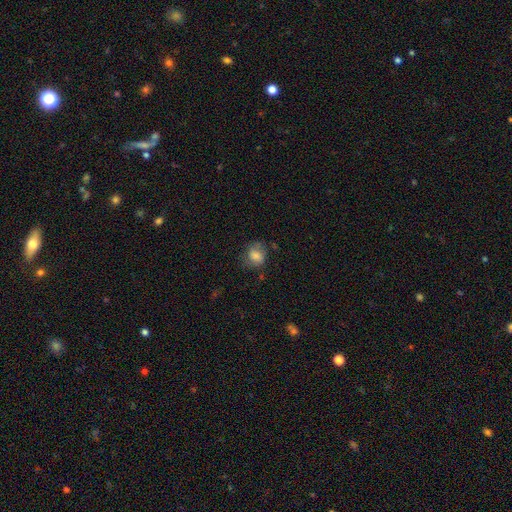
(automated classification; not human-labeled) Smooth or featured?
  - smooth: 72% *
  - featured or disk: 19%
  - star or artifact: 9%
How rounded?
  - round: 57% *
  - in between: 42%
  - cigar-shaped: 1%
Merging?
  - none: 58% *
  - minor disturbance: 26%
  - major disturbance: 14%
  - merger: 2%